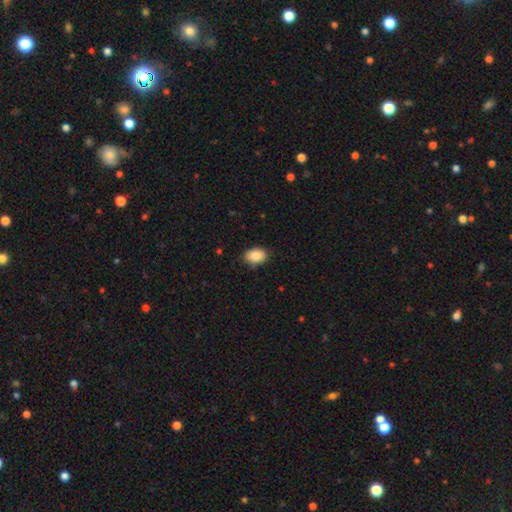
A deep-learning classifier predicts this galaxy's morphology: This appears to be a smooth galaxy with no disk features (88%) that is in between round and cigar-shaped (79%). Merging: none (86%).